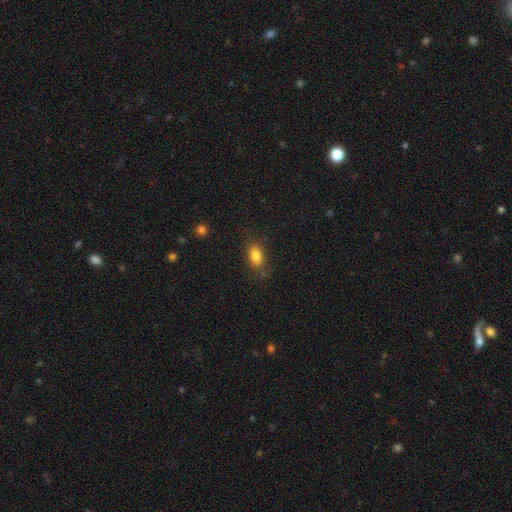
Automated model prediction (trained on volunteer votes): Smooth or featured?
  - smooth: 83% *
  - star or artifact: 9%
  - featured or disk: 7%
How rounded?
  - in between: 86% *
  - round: 10%
  - cigar-shaped: 5%
Merging?
  - none: 79% *
  - minor disturbance: 15%
  - major disturbance: 4%
  - merger: 2%